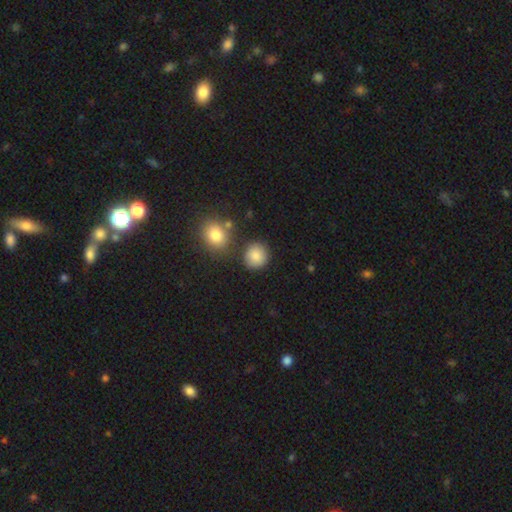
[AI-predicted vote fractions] Morphology: type=smooth (84%); roundness=round (86%); merging=none (80%).